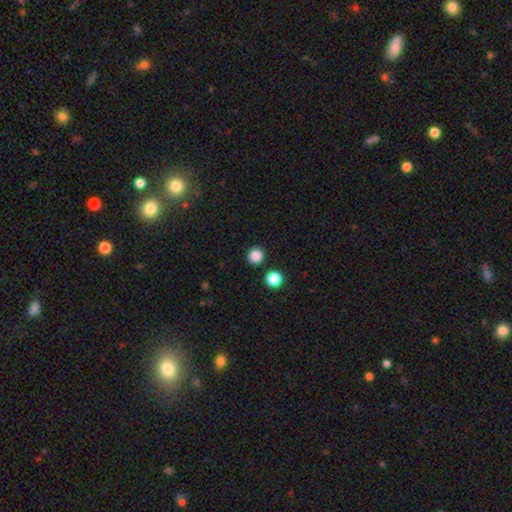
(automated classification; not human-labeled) Morphology: type=smooth (86%); roundness=round (95%); merging=none (91%).